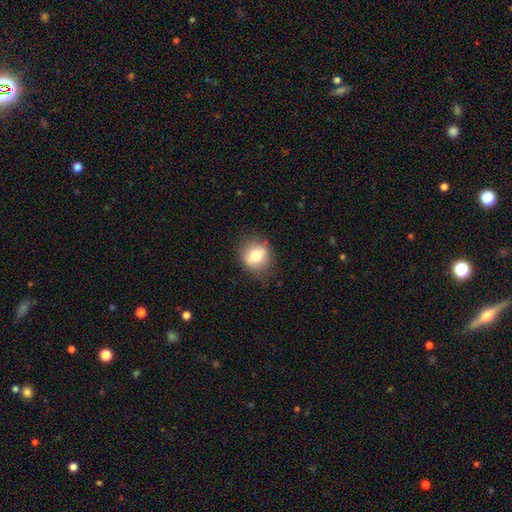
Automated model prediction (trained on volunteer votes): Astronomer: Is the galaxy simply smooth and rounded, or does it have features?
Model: smooth — 73%.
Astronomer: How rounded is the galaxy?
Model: round — 78%.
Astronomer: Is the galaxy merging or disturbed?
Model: none — 80%.